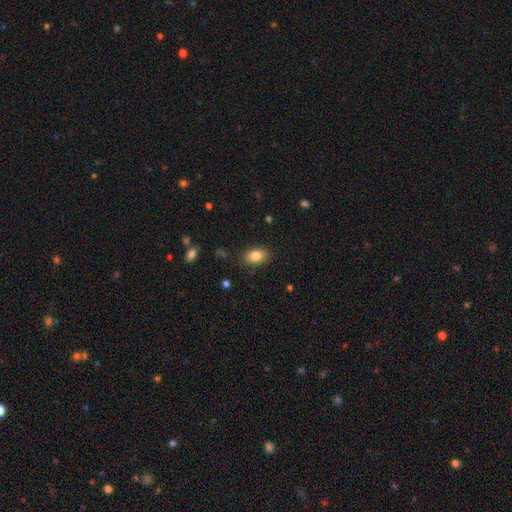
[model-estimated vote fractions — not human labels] Morphology: type=smooth (84%); roundness=in between (87%); merging=none (85%).